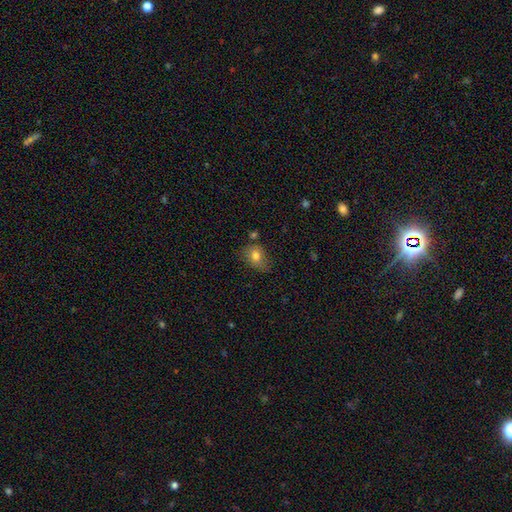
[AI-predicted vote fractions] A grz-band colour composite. It shows a smooth galaxy with no disk features (77%) that is in between round and cigar-shaped (67%). Merging: none (64%).